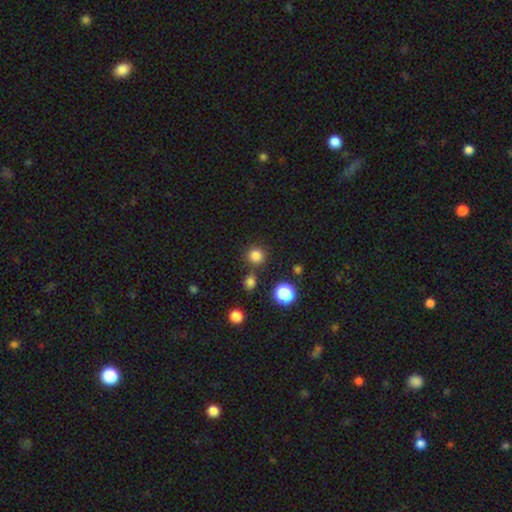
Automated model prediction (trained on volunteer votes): A smooth galaxy with no disk features (80%) that is round (91%).

Vote fractions:
- Smooth or featured? smooth: 80% / star or artifact: 16% / featured or disk: 4%
- How rounded? round: 91% / in between: 8% / cigar-shaped: 1%
- Merging? none: 82% / minor disturbance: 8% / merger: 7% / major disturbance: 3%